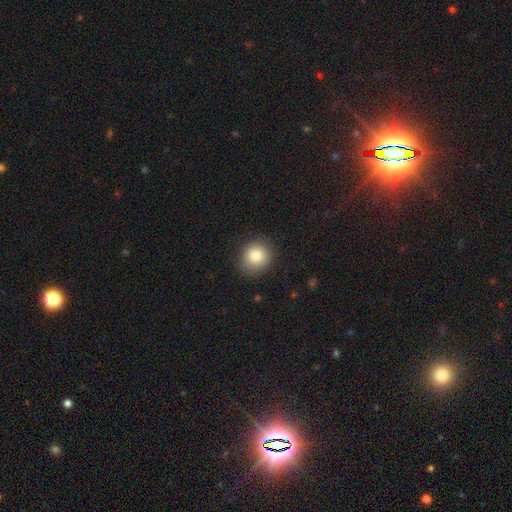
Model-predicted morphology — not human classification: Q: Smooth or featured?
A: smooth (83%); runner-up: star or artifact (9%)
Q: How rounded?
A: round (82%); runner-up: in between (17%)
Q: Merging?
A: none (88%); runner-up: minor disturbance (9%)